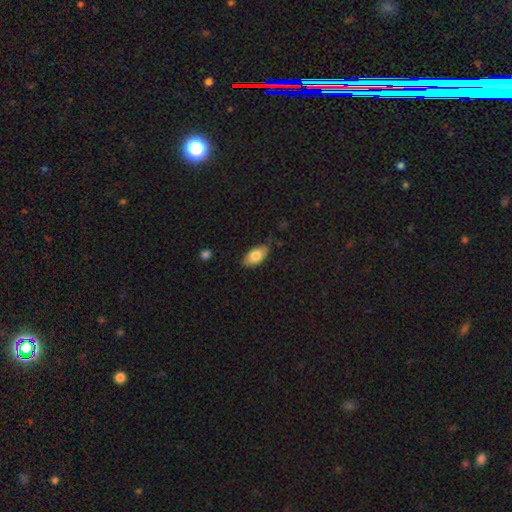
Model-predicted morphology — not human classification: This appears to be a smooth galaxy with no disk features (78%) that is in between round and cigar-shaped (91%). Merging: none (81%).